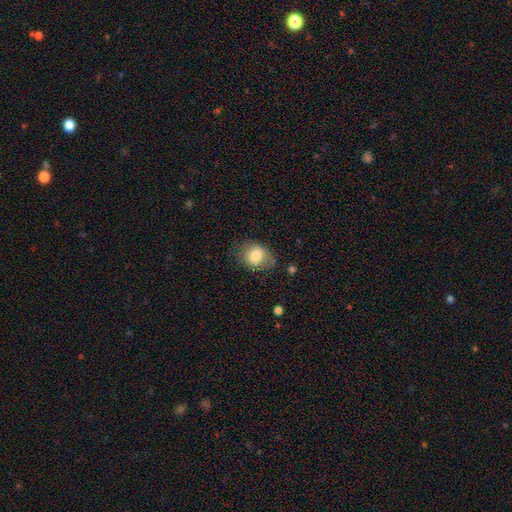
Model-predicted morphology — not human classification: Q: Smooth or featured?
A: smooth (78%); runner-up: featured or disk (13%)
Q: How rounded?
A: in between (58%); runner-up: round (41%)
Q: Merging?
A: none (68%); runner-up: minor disturbance (22%)